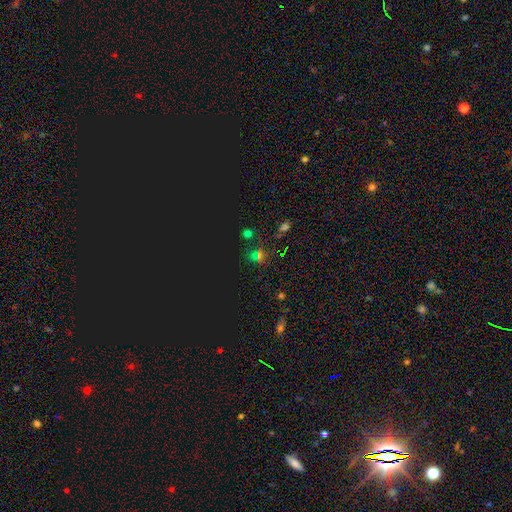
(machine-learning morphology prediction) This is likely a star or artifact rather than a galaxy (65%).